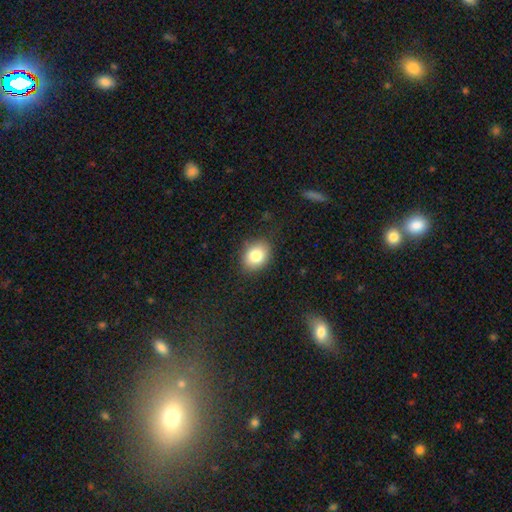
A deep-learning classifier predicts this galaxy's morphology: A smooth galaxy with no disk features (82%) that is in between round and cigar-shaped (54%). Merging: none (84%).